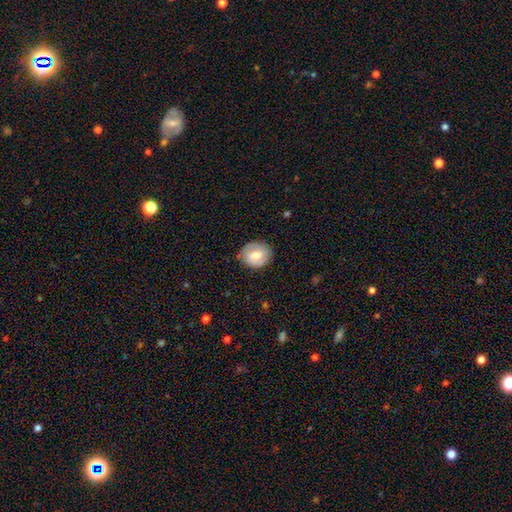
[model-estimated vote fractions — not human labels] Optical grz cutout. It shows a smooth galaxy with no disk features (60%) that is round (66%). Merging: none (77%).